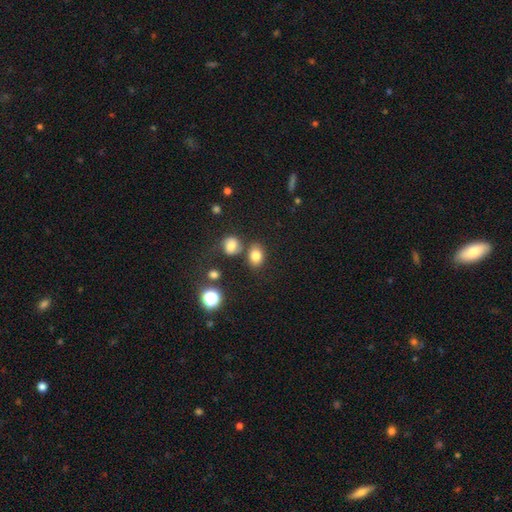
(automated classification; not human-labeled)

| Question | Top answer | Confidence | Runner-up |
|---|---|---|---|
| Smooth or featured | smooth | 80% | star or artifact (13%) |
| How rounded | in between | 61% | round (37%) |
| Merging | none | 69% | merger (15%) |